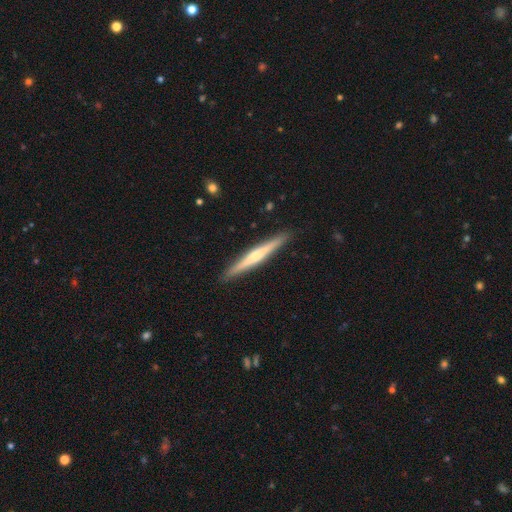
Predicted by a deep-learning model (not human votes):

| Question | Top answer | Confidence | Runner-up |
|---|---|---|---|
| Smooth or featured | featured or disk | 64% | smooth (31%) |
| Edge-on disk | yes | 98% | no (2%) |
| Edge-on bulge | rounded | 75% | none (19%) |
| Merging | none | 92% | minor disturbance (6%) |